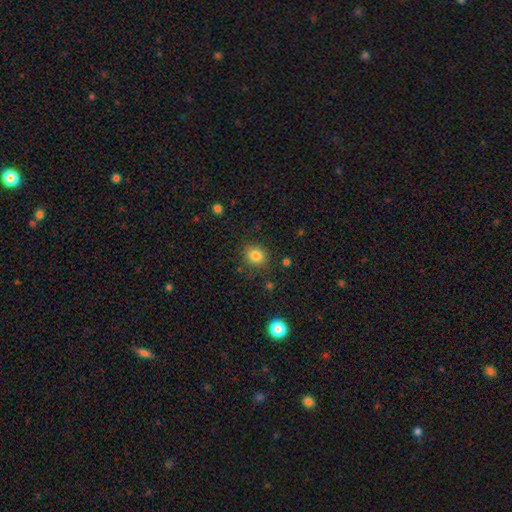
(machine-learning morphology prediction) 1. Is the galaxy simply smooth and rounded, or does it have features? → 82% smooth, 12% star or artifact, 6% featured or disk.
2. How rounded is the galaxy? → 76% round, 23% in between, 1% cigar-shaped.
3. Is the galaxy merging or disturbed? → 85% none, 10% minor disturbance, 3% major disturbance, 2% merger.